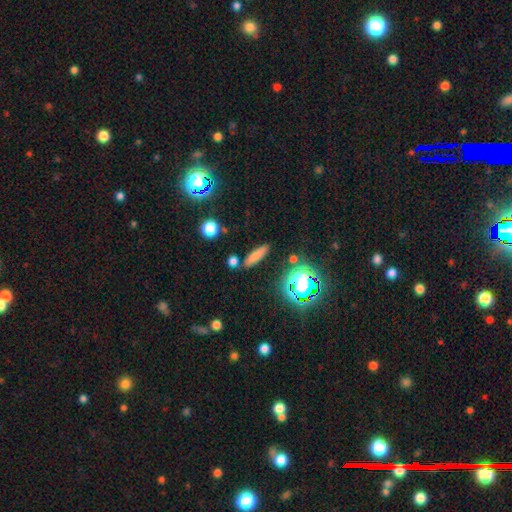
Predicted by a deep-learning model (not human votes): Overall: smooth (73%). How rounded: cigar-shaped (70%). Merging: none (83%).